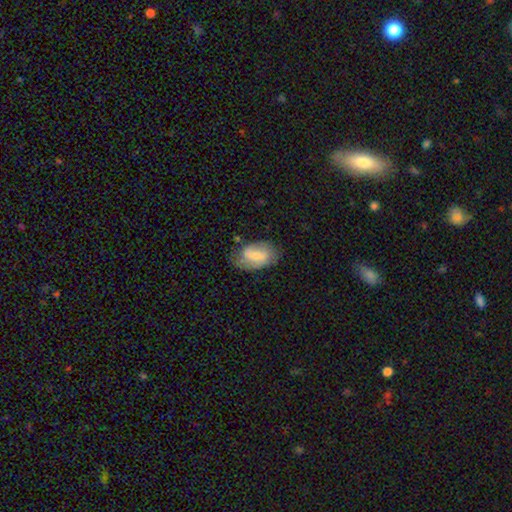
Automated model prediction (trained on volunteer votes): smooth_or_featured: smooth (p=0.47) [alt: featured or disk p=0.46]
merging: none (p=0.62) [alt: minor disturbance p=0.27]